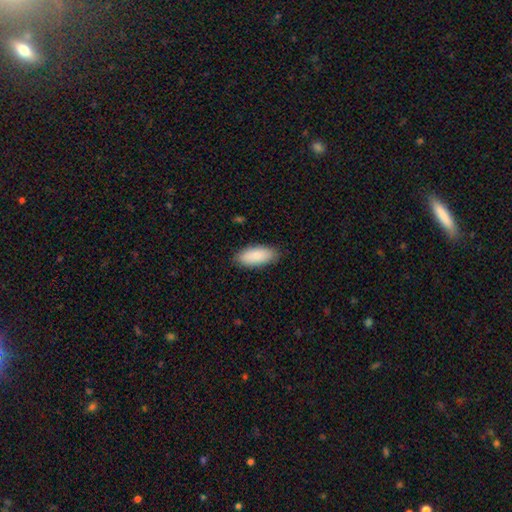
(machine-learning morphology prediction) This is clearly a smooth galaxy (88%). How rounded: clearly in between (87%). Merging: clearly none (86%).